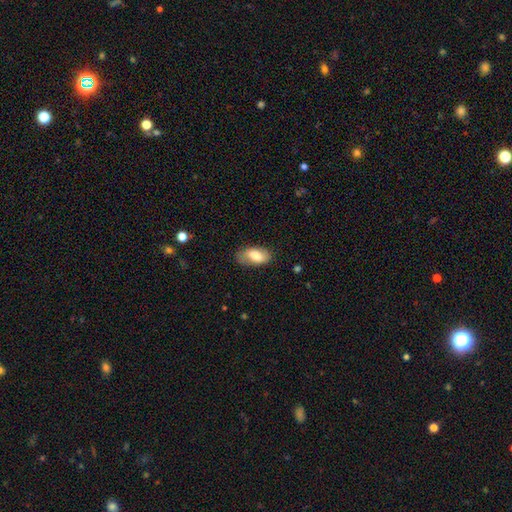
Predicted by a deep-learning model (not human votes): smooth-or-featured: smooth: 78% | featured or disk: 16% | star or artifact: 6%
  how-rounded: in between: 92% | cigar-shaped: 4% | round: 3%
  merging: none: 70% | minor disturbance: 22% | major disturbance: 6% | merger: 1%